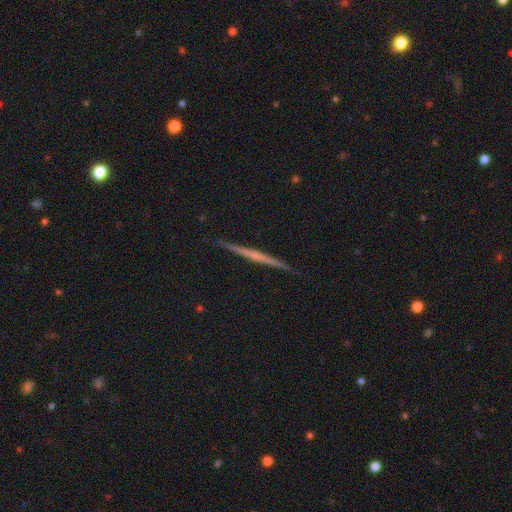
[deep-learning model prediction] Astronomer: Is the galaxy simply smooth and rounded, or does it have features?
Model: featured or disk — 70%.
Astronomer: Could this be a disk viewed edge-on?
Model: yes — 98%.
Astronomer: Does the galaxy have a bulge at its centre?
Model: none — 66%.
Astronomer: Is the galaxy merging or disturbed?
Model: none — 91%.